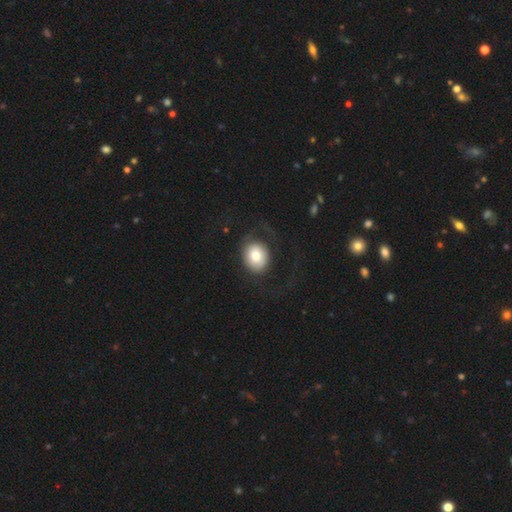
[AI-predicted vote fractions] Morphology: type=smooth (73%); roundness=round (59%); merging=none (58%).